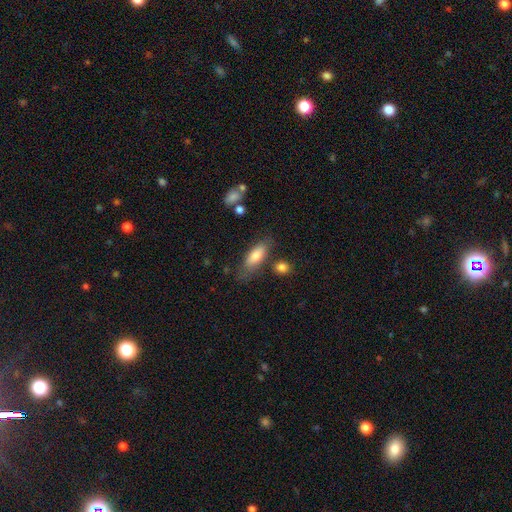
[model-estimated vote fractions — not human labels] Smooth or featured: smooth — 76% (featured or disk — 18%)
How rounded: in between — 70% (cigar-shaped — 27%)
Merging: none — 68% (minor disturbance — 19%)